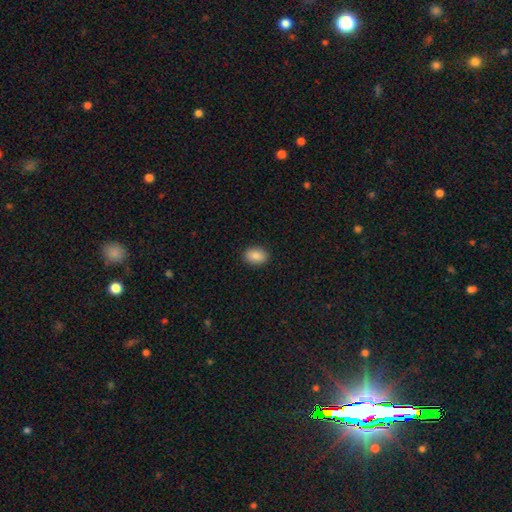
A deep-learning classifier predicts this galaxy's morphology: This appears to be a smooth galaxy with no disk features (88%) that is in between round and cigar-shaped (77%). Merging: none (90%).